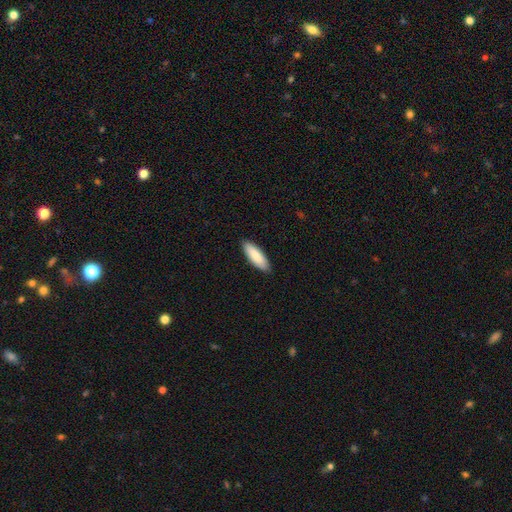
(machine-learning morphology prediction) This appears to be a smooth galaxy with no disk features (84%) that is in between round and cigar-shaped (57%). Merging: none (89%).